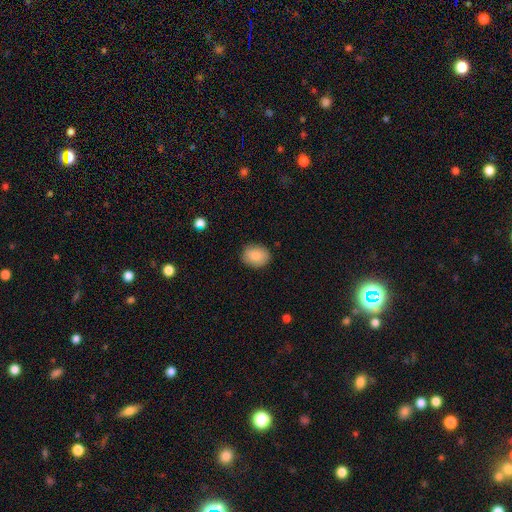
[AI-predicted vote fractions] This is clearly a smooth galaxy (85%). How rounded: possibly round (50%). Merging: clearly none (85%).